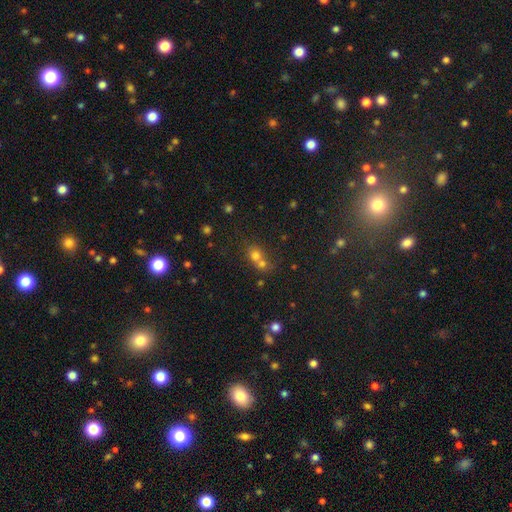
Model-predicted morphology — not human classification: smooth 70%, star or artifact 17%, featured or disk 13%. Down the decision tree: how rounded — round (71%); merging — merger (61%).